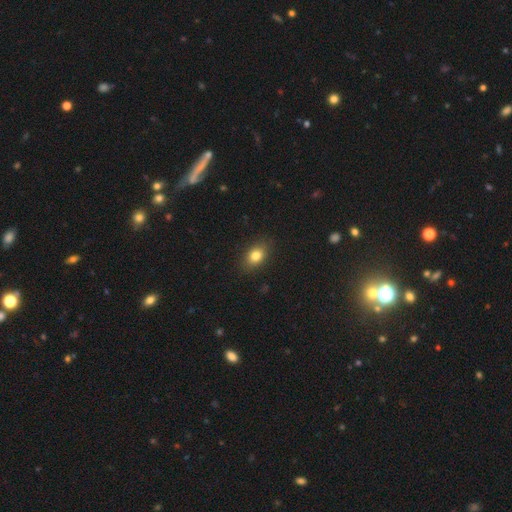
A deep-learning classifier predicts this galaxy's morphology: Smooth or featured? smooth (81%)
How rounded? in between (76%)
Merging? none (87%)